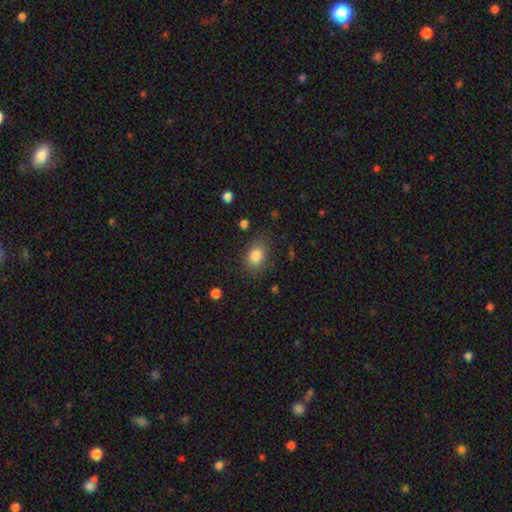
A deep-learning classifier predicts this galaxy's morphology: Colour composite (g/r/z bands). It shows a smooth galaxy with no disk features (83%) that is in between round and cigar-shaped (68%). Merging: none (77%).